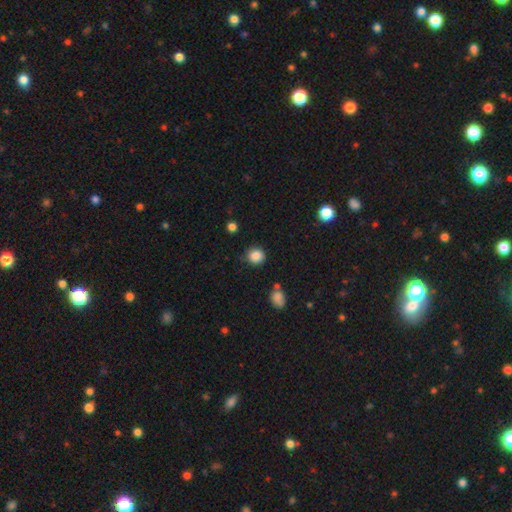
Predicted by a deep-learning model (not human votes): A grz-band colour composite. It shows a smooth galaxy with no disk features (86%) that is round (86%). Merging: none (81%).